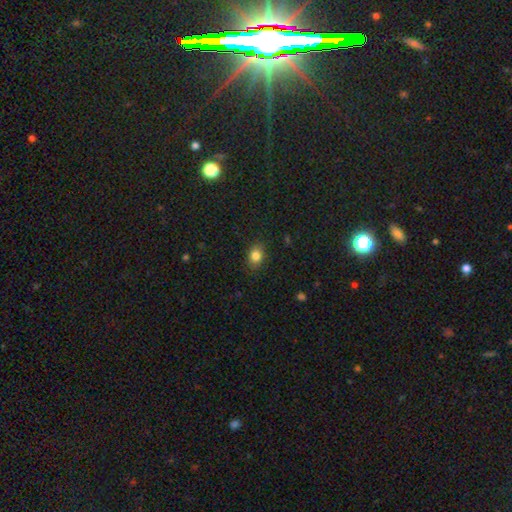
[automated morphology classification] Smooth or featured? smooth (83%)
How rounded? in between (62%)
Merging? none (87%)